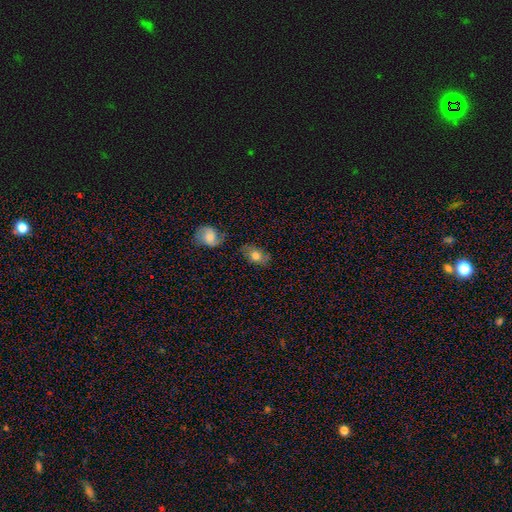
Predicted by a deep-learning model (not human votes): smooth 71%, featured or disk 21%, star or artifact 9%. Down the decision tree: how rounded — in between (80%); merging — none (68%).